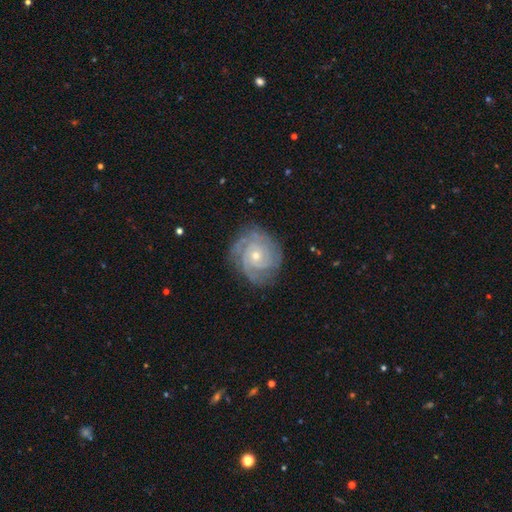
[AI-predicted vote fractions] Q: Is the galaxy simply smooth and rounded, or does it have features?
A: featured or disk — 88%.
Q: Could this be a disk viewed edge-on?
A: no — 98%.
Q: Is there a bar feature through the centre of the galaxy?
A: no — 76%.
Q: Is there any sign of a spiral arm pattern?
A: yes — 98%.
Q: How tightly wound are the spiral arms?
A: tight — 77%.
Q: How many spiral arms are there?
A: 3 — 35%.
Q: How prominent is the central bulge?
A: small — 63%.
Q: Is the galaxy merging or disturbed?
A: none — 80%.